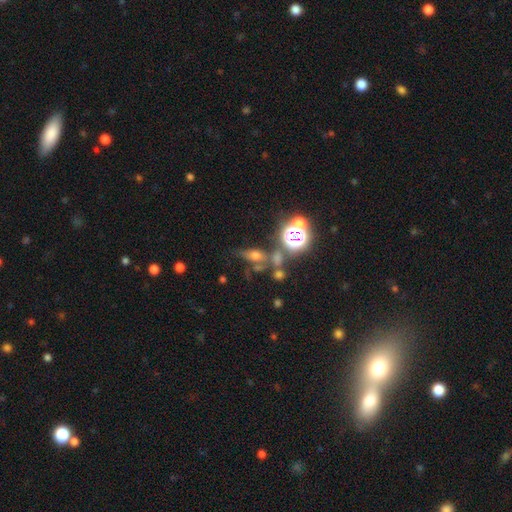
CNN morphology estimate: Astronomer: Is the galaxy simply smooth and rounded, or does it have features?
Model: smooth — 42% (runner-up: star or artifact, 37%).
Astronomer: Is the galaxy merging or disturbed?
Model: none — 52%.